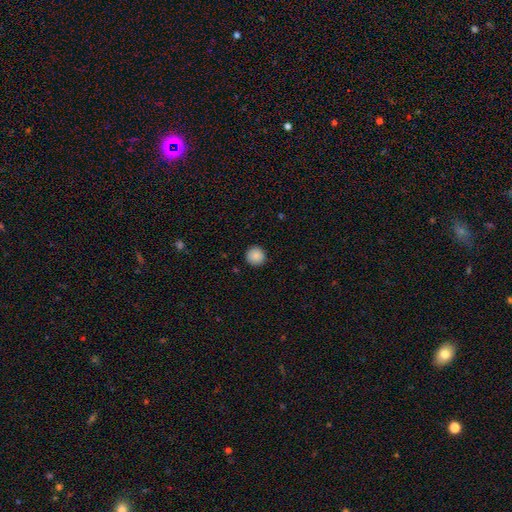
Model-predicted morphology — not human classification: A smooth galaxy with no disk features (87%) that is round (95%).

Vote fractions:
- Smooth or featured? smooth: 87% / star or artifact: 8% / featured or disk: 4%
- How rounded? round: 95% / in between: 5% / cigar-shaped: 1%
- Merging? none: 91% / minor disturbance: 6% / major disturbance: 2% / merger: 1%